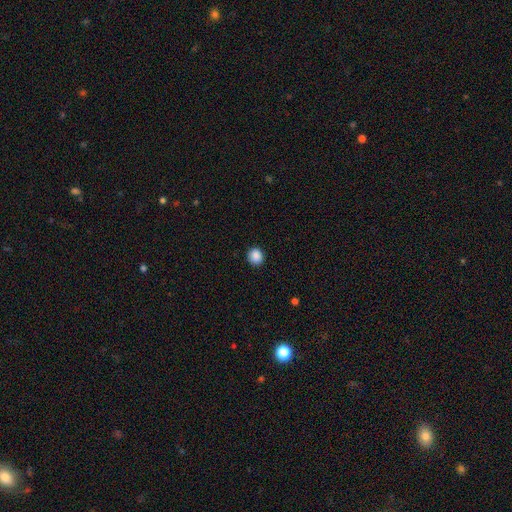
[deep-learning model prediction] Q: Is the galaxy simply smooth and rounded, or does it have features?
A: smooth — 88%.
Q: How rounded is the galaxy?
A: round — 83%.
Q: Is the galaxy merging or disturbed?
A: none — 90%.